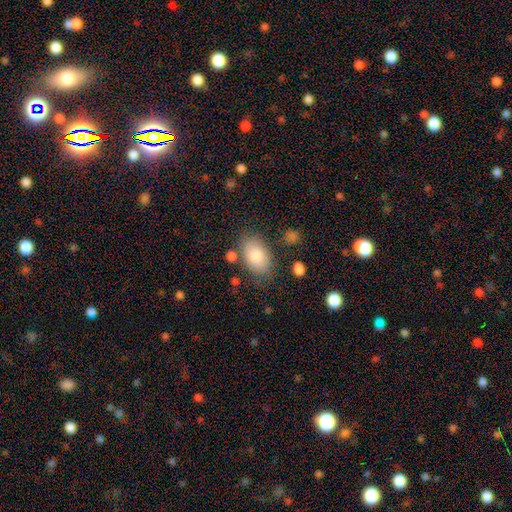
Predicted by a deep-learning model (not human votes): smooth-or-featured: smooth: 84% | featured or disk: 9% | star or artifact: 7%
  how-rounded: in between: 90% | round: 8% | cigar-shaped: 1%
  merging: none: 72% | minor disturbance: 17% | merger: 6% | major disturbance: 6%